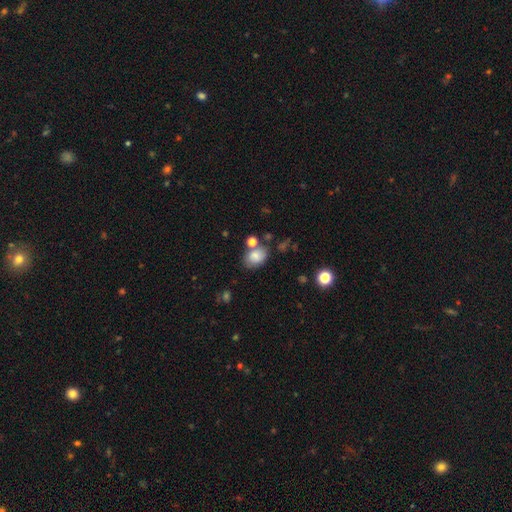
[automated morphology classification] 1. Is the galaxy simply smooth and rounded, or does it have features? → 76% smooth, 13% featured or disk, 11% star or artifact.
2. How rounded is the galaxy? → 70% in between, 29% round, 1% cigar-shaped.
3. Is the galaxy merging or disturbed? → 60% none, 19% minor disturbance, 15% merger, 6% major disturbance.